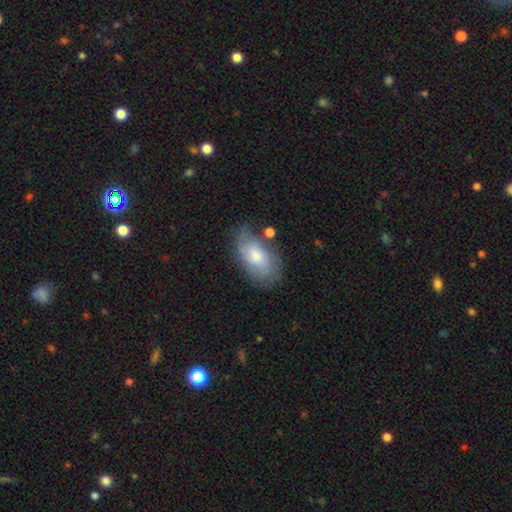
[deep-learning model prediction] Smooth or featured? smooth (53%)
How rounded? in between (91%)
Merging? none (61%)